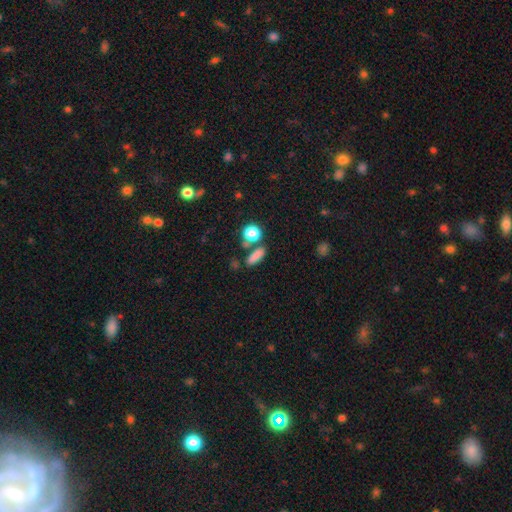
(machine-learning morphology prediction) smooth-or-featured: smooth: 81% | star or artifact: 12% | featured or disk: 7%
  how-rounded: in between: 51% | cigar-shaped: 33% | round: 16%
  merging: none: 68% | merger: 15% | minor disturbance: 12% | major disturbance: 5%